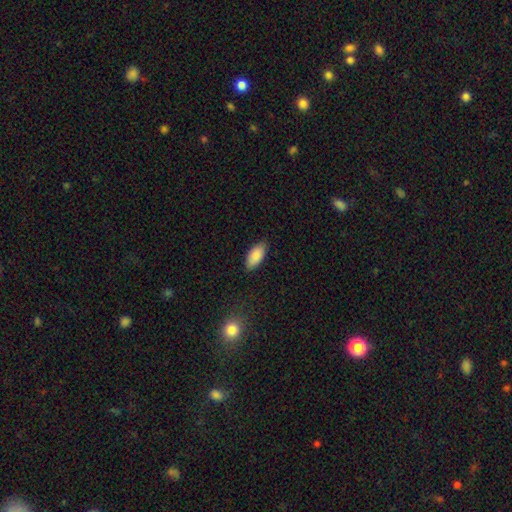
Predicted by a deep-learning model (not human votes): A smooth galaxy with no disk features (89%) that is in between round and cigar-shaped (92%). Merging: none (85%).